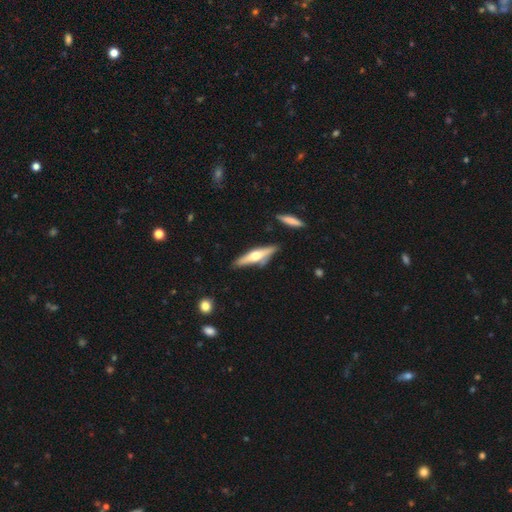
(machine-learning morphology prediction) featured or disk 59%, smooth 35%, star or artifact 6%. Down the decision tree: edge-on disk — yes (95%); edge-on bulge — rounded (91%); merging — none (80%).